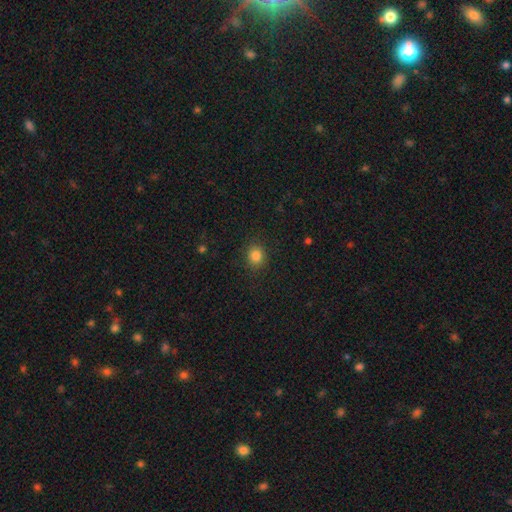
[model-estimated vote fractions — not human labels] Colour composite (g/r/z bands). It shows a smooth galaxy with no disk features (83%) that is round (75%). Merging: none (88%).